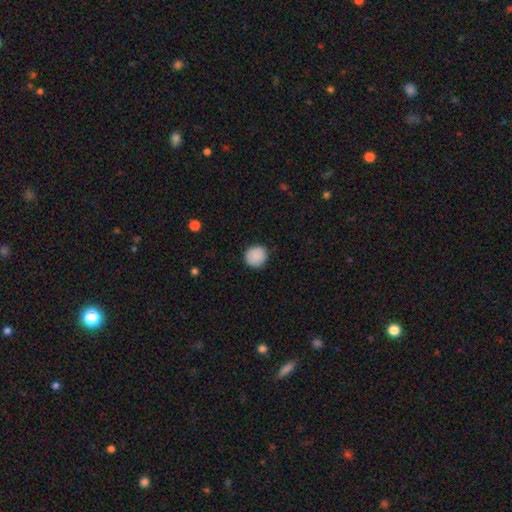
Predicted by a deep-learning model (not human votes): A smooth galaxy with no disk features (88%) that is round (88%).

Vote fractions:
- Smooth or featured? smooth: 88% / star or artifact: 8% / featured or disk: 4%
- How rounded? round: 88% / in between: 11% / cigar-shaped: 1%
- Merging? none: 88% / minor disturbance: 9% / major disturbance: 2% / merger: 1%